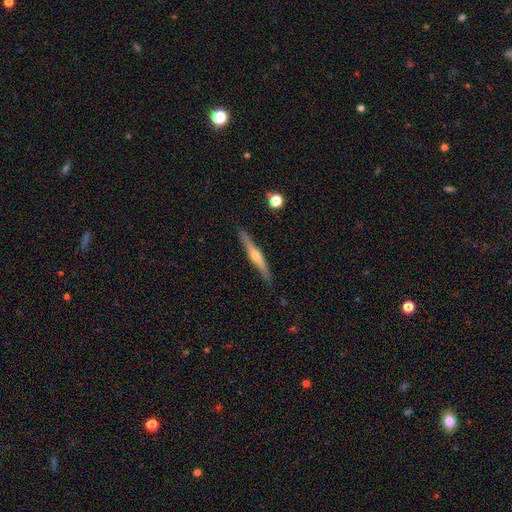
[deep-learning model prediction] smooth_or_featured: featured or disk (p=0.68) [alt: smooth p=0.26]
disk_edge_on: yes (p=0.97) [alt: no p=0.03]
edge_on_bulge: rounded (p=0.87) [alt: none p=0.10]
merging: none (p=0.89) [alt: minor disturbance p=0.08]